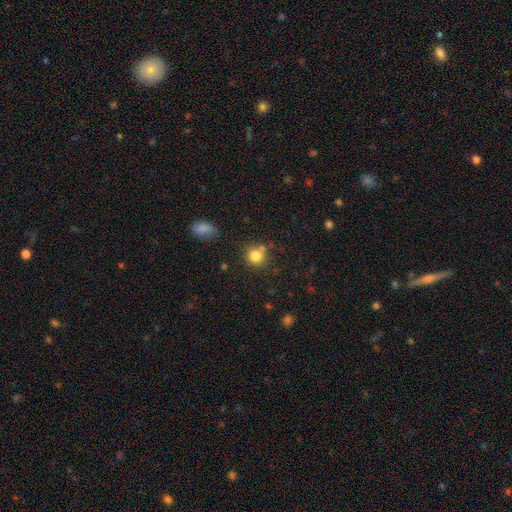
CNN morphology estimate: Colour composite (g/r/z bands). It shows a smooth galaxy with no disk features (82%) that is round (86%). Merging: none (68%).